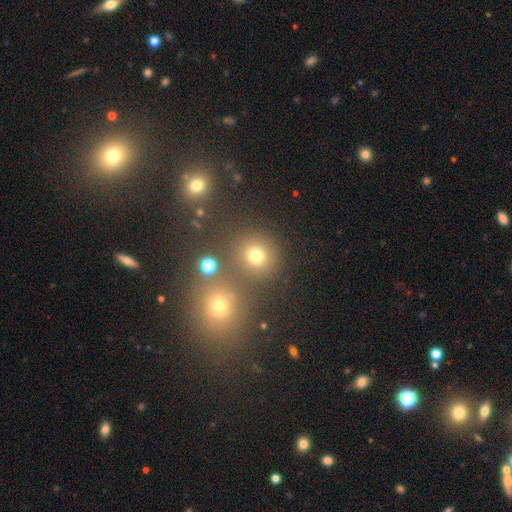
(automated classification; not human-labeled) smooth 70%, star or artifact 22%, featured or disk 7%. Down the decision tree: how rounded — round (90%); merging — none (76%).